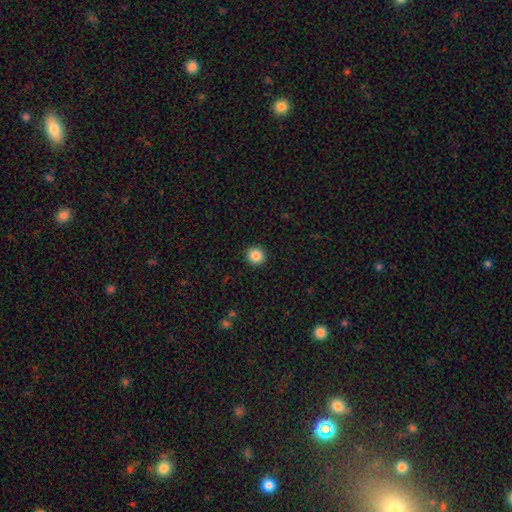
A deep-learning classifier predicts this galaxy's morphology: Q: Smooth or featured?
A: smooth (87%); runner-up: star or artifact (10%)
Q: How rounded?
A: round (92%); runner-up: in between (7%)
Q: Merging?
A: none (93%); runner-up: minor disturbance (5%)